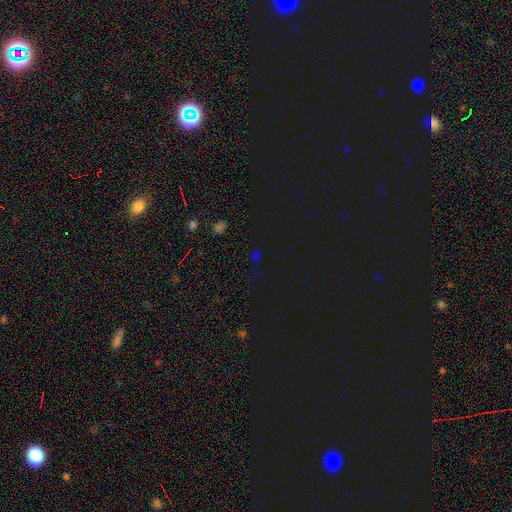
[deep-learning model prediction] This appears to be a star or artifact, not a galaxy (66%).